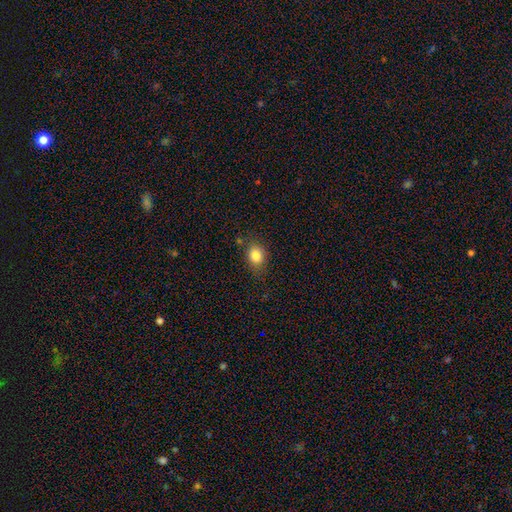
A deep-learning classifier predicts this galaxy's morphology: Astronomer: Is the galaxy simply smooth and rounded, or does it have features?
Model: smooth — 83%.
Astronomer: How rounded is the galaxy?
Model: in between — 55% (runner-up: round, 44%).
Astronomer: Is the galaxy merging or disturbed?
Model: none — 78%.